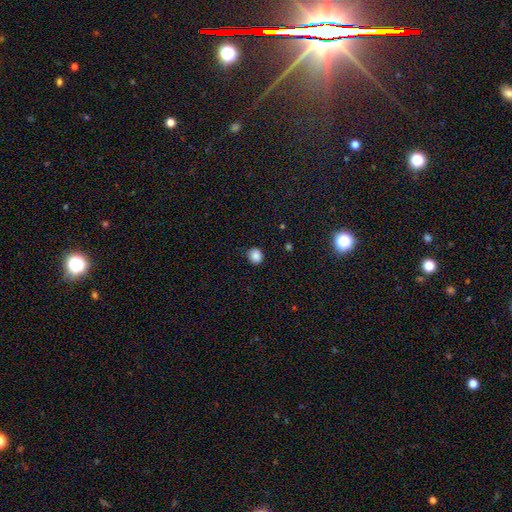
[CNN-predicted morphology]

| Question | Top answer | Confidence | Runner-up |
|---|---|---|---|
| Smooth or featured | smooth | 86% | star or artifact (10%) |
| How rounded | round | 78% | in between (22%) |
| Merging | none | 89% | minor disturbance (8%) |